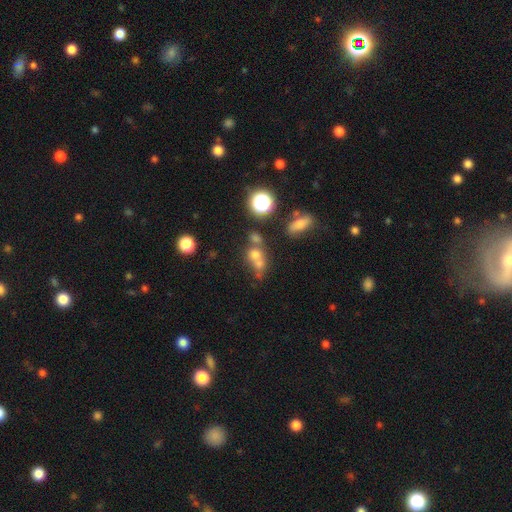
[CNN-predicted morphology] smooth_or_featured: smooth (p=0.60) [alt: star or artifact p=0.22]
how_rounded: round (p=0.65) [alt: in between p=0.33]
merging: merger (p=0.51) [alt: none p=0.32]